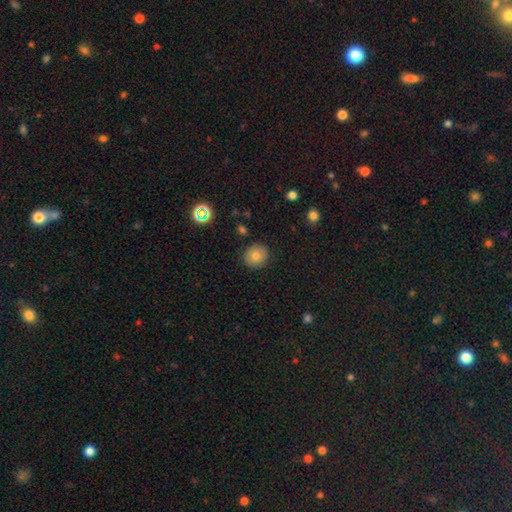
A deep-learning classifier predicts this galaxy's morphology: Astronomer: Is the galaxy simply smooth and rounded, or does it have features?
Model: smooth — 78%.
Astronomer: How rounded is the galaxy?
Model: round — 85%.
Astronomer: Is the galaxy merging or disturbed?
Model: none — 87%.